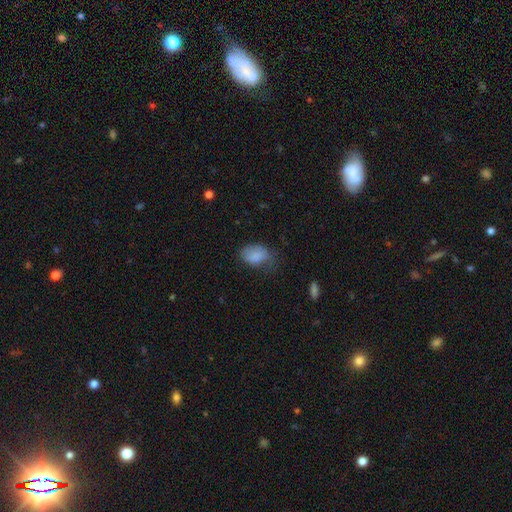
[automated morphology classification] Smooth or featured? Predicted: smooth (p=0.83). How rounded? Predicted: in between (p=0.84). Merging? Predicted: none (p=0.46).